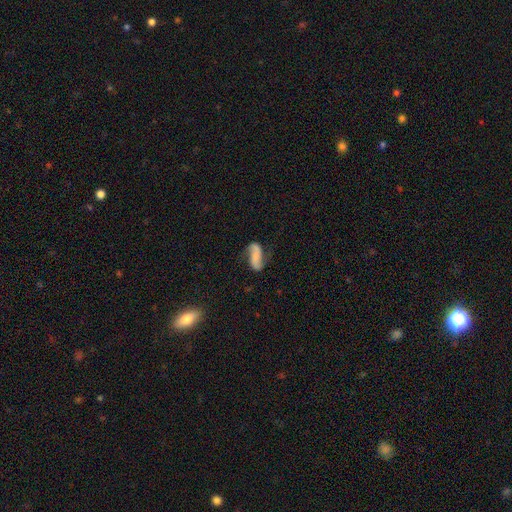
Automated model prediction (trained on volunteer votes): A featured or disk galaxy (67%) with no bar (48%), 2 (91%) loose (65%) spiral arms (93%) and a small central bulge (40%).

Vote fractions:
- Smooth or featured? featured or disk: 67% / smooth: 26% / star or artifact: 8%
- Edge-on disk? no: 95% / yes: 5%
- Bar? no: 48% / weak: 30% / strong: 22%
- Spiral arms? yes: 93% / no: 7%
- Spiral winding? loose: 65% / medium: 25% / tight: 10%
- Spiral arm count? 2: 91% / can't tell: 3% / 1: 3% / 3: 1% / 4: 1% / more than 4: 1%
- Bulge size? small: 40% / none: 31% / moderate: 21% / large: 6% / dominant: 2%
- Merging? none: 68% / minor disturbance: 20% / major disturbance: 10% / merger: 3%